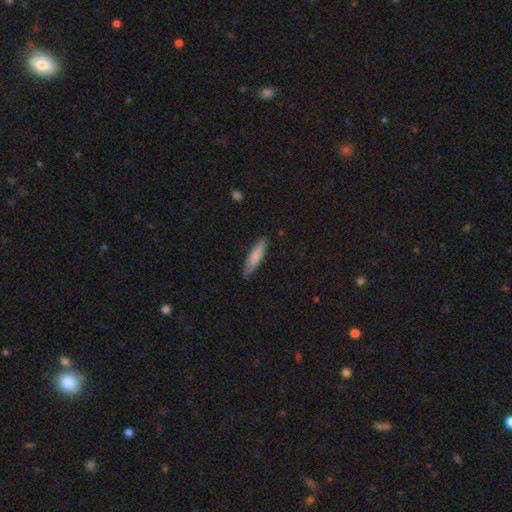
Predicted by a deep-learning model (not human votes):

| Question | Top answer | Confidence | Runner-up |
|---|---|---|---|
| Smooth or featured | smooth | 81% | featured or disk (14%) |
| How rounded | cigar-shaped | 77% | in between (22%) |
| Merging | none | 82% | minor disturbance (14%) |